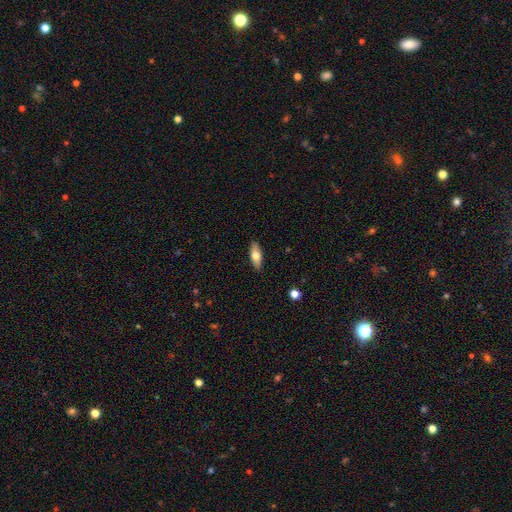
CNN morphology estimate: smooth_or_featured: smooth (p=0.68) [alt: featured or disk p=0.26]
how_rounded: in between (p=0.67) [alt: cigar-shaped p=0.30]
merging: none (p=0.89) [alt: minor disturbance p=0.09]